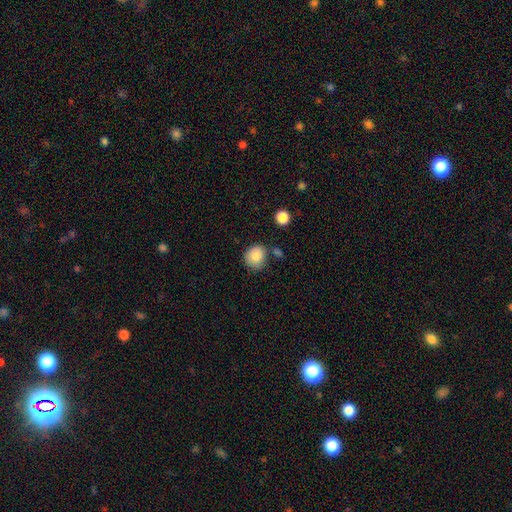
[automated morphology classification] smooth-or-featured: smooth: 87% | star or artifact: 8% | featured or disk: 5%
  how-rounded: round: 74% | in between: 25% | cigar-shaped: 1%
  merging: none: 70% | minor disturbance: 18% | merger: 7% | major disturbance: 5%